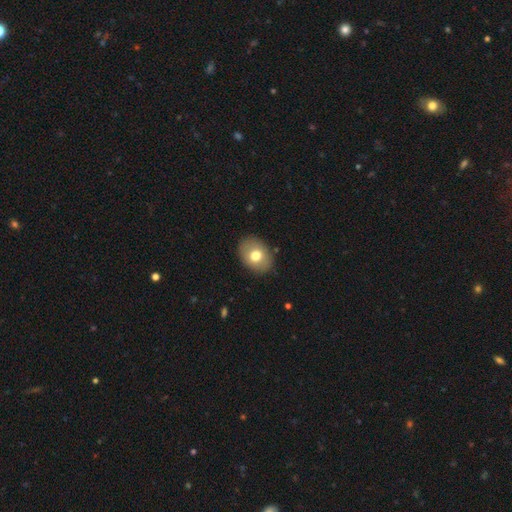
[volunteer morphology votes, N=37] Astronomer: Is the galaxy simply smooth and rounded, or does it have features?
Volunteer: smooth — 78%.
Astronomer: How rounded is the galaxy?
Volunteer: in between — 69%.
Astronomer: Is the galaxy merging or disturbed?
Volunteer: none — 83%.